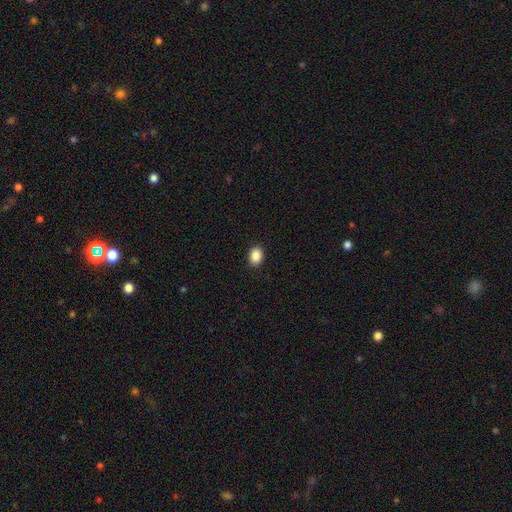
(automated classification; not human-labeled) Smooth or featured?
  - smooth: 89% *
  - star or artifact: 8%
  - featured or disk: 3%
How rounded?
  - in between: 68% *
  - round: 31%
  - cigar-shaped: 1%
Merging?
  - none: 91% *
  - minor disturbance: 7%
  - major disturbance: 2%
  - merger: 1%